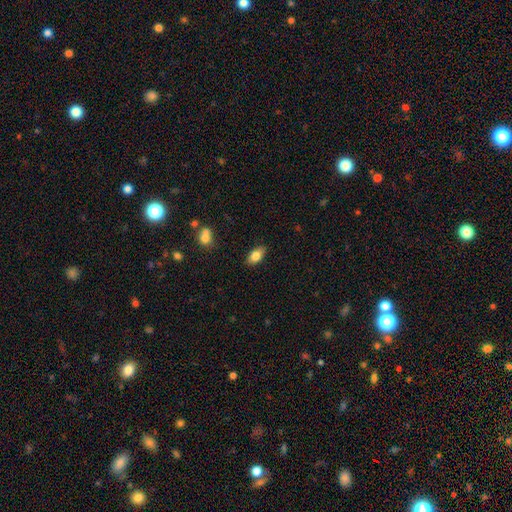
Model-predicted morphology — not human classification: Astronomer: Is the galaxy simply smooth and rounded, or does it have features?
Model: smooth — 78%.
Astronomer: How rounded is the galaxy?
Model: in between — 89%.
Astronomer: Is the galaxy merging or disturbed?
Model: none — 86%.